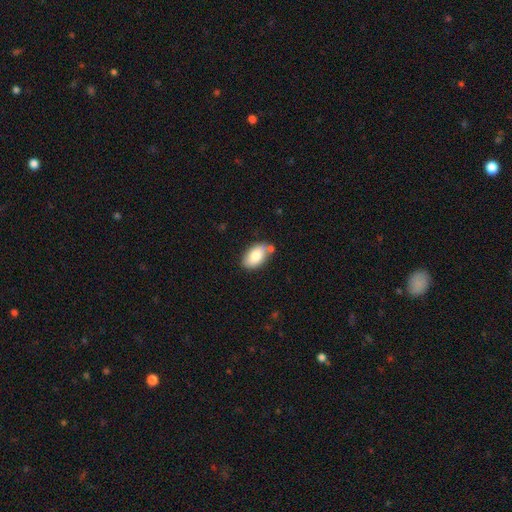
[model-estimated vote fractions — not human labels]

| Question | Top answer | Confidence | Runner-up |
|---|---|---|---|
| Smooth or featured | smooth | 80% | featured or disk (14%) |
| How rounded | in between | 93% | round (5%) |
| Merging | none | 68% | minor disturbance (18%) |